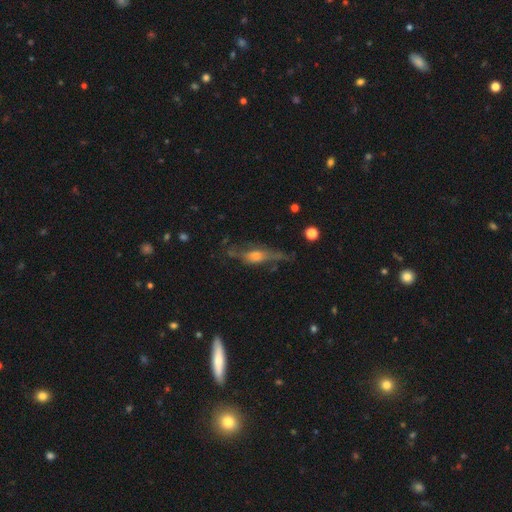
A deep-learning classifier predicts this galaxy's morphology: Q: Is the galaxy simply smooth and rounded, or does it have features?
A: featured or disk — 64%.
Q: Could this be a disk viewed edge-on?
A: yes — 75%.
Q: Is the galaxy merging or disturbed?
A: none — 56%.